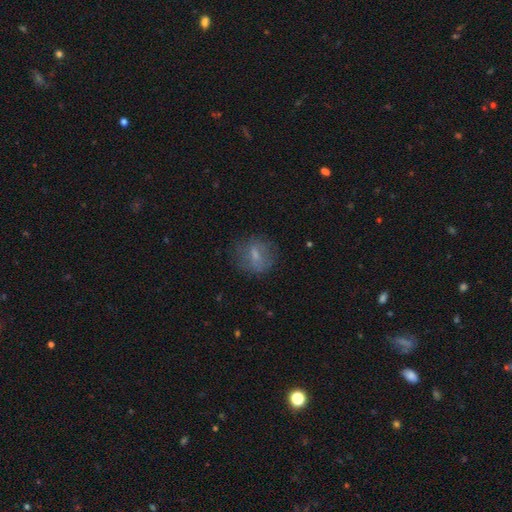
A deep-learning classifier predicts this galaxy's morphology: smooth-or-featured: smooth: 55% | featured or disk: 33% | star or artifact: 13%
  how-rounded: round: 65% | in between: 31% | cigar-shaped: 4%
  merging: none: 69% | minor disturbance: 18% | major disturbance: 11% | merger: 2%